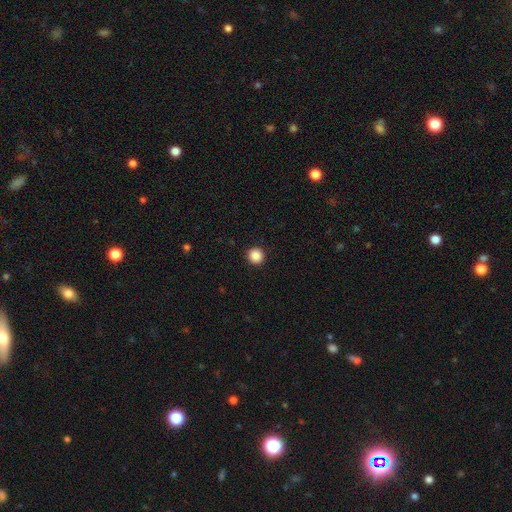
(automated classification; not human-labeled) Morphology: type=smooth (88%); roundness=round (95%); merging=none (93%).